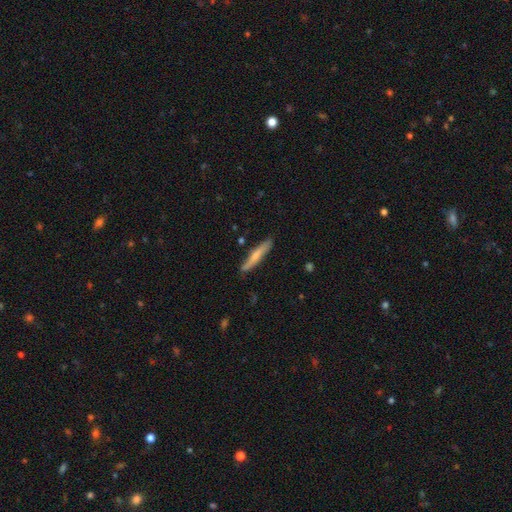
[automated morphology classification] Smooth or featured? smooth (62%)
How rounded? cigar-shaped (93%)
Merging? none (84%)